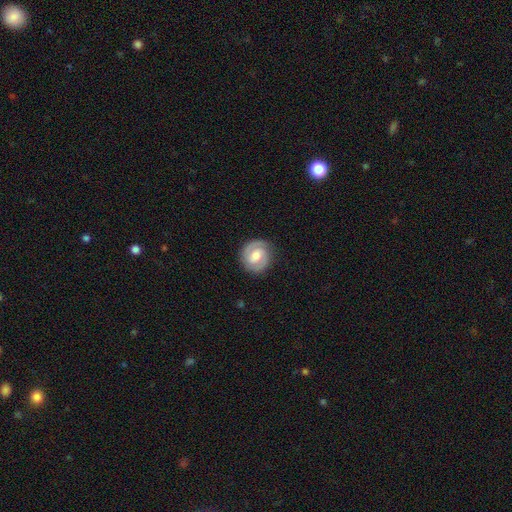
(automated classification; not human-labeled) Smooth or featured? featured or disk (74%)
Edge-on disk? no (98%)
Bar? weak (51%)
Spiral arms? yes (93%)
Spiral winding? tight (56%)
Spiral arm count? 2 (84%)
Bulge size? moderate (59%)
Merging? none (84%)